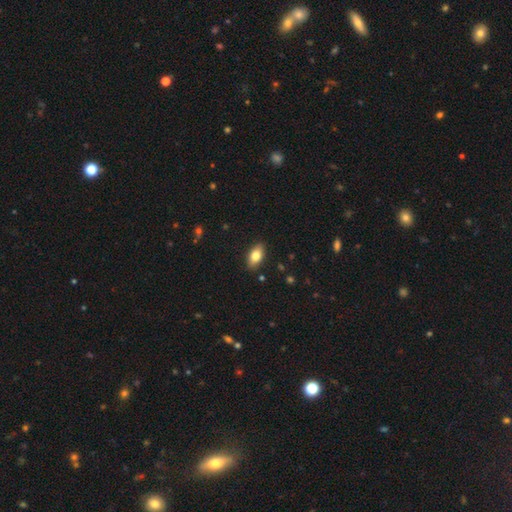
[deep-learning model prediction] Overall: smooth (78%). How rounded: in between (90%). Merging: none (89%).